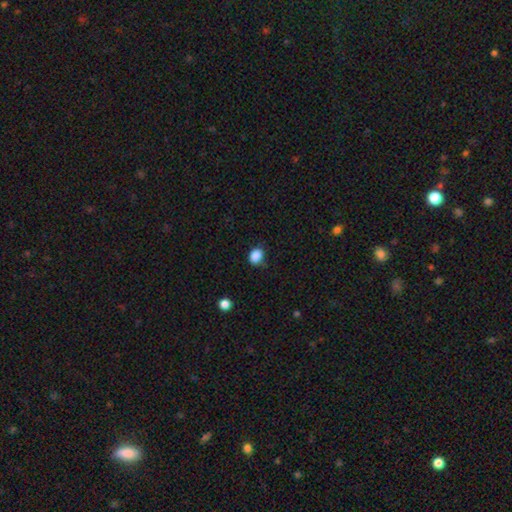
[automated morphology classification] smooth-or-featured: smooth: 87% | star or artifact: 10% | featured or disk: 3%
  how-rounded: in between: 53% | round: 46% | cigar-shaped: 1%
  merging: none: 75% | minor disturbance: 19% | major disturbance: 4% | merger: 2%